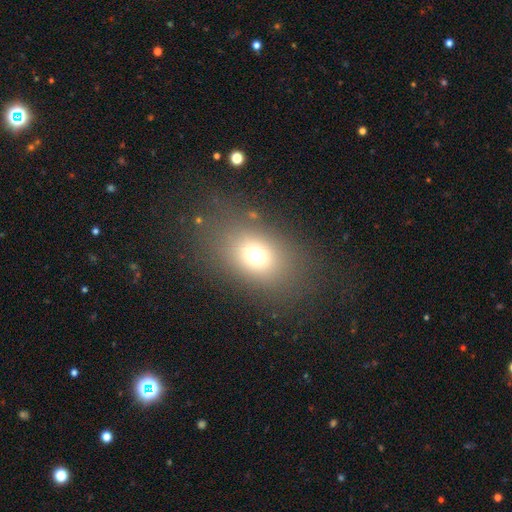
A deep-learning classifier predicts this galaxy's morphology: type=smooth (69%); roundness=in between (61%); merging=none (77%).